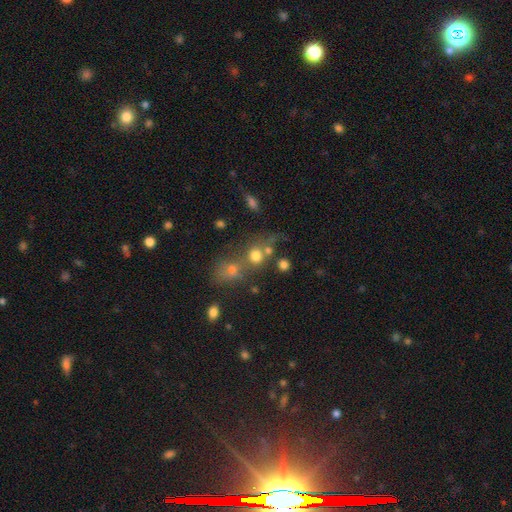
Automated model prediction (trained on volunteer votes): Overall: smooth (72%). How rounded: round (81%). Merging: none (44%; merger 38%).